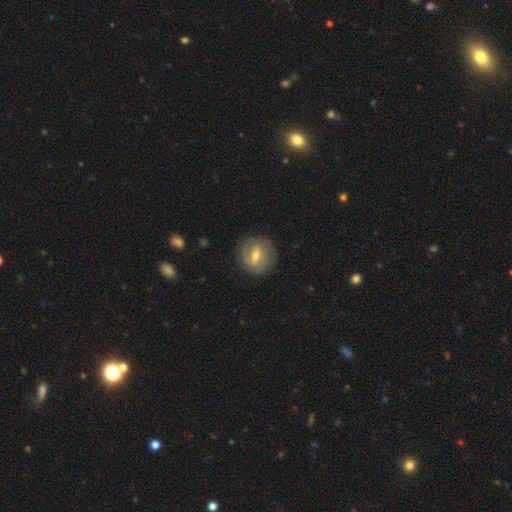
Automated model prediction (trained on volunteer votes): Q: Smooth or featured?
A: featured or disk (58%); runner-up: smooth (34%)
Q: Edge-on disk?
A: no (94%); runner-up: yes (6%)
Q: Bar?
A: weak (51%); runner-up: strong (27%)
Q: Spiral arms?
A: yes (61%); runner-up: no (39%)
Q: Bulge size?
A: moderate (65%); runner-up: small (30%)
Q: Merging?
A: none (81%); runner-up: minor disturbance (13%)